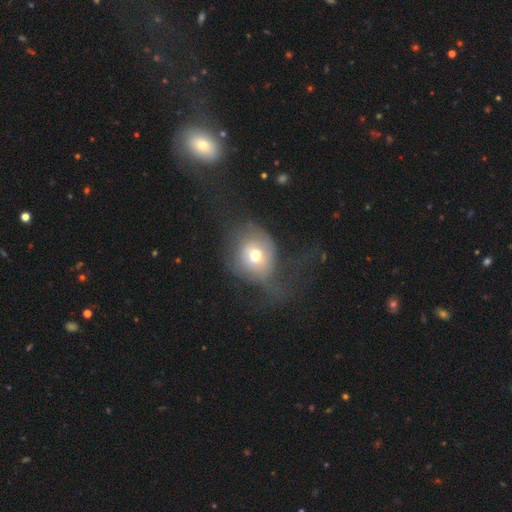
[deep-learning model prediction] Overall: smooth (56%; featured or disk 34%). How rounded: round (74%). Merging: major disturbance (49%; none 27%).